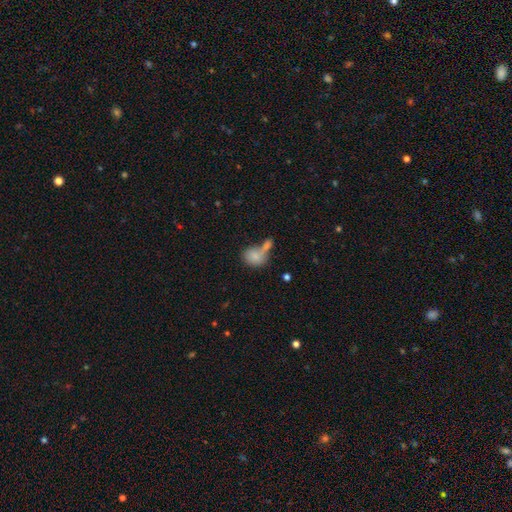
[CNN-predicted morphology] This is clearly a smooth galaxy (80%). How rounded: possibly in between (59%). Merging: possibly merger (49%).